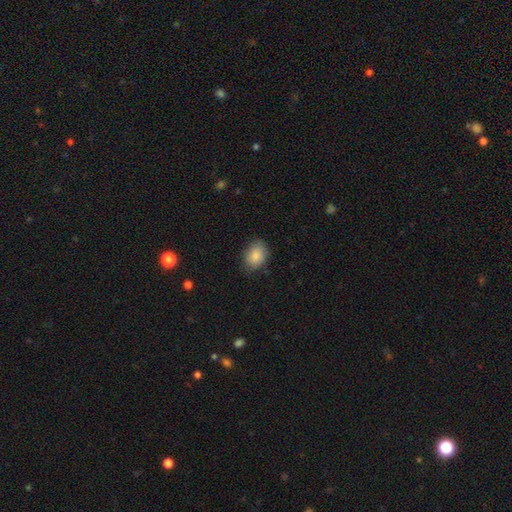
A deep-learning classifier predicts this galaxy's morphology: smooth 86%, star or artifact 7%, featured or disk 6%. Down the decision tree: how rounded — in between (68%); merging — none (76%).